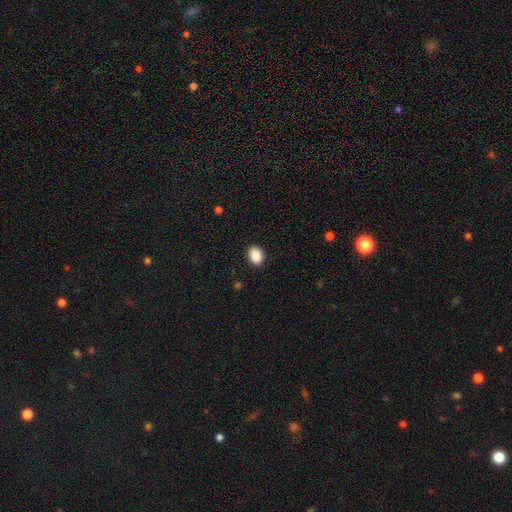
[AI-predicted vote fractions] The model was most divided on "how rounded": in between: 70%, round: 29%, cigar-shaped: 1%. More confident: merging — none (90%); smooth or featured — smooth (89%).